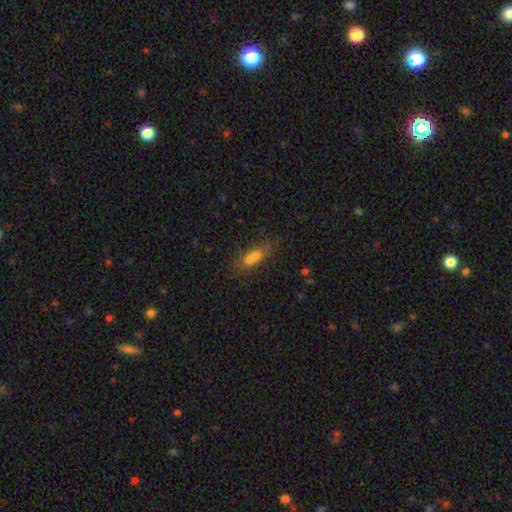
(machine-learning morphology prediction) Overall: smooth (63%). How rounded: in between (63%). Merging: merger (47%; none 36%).